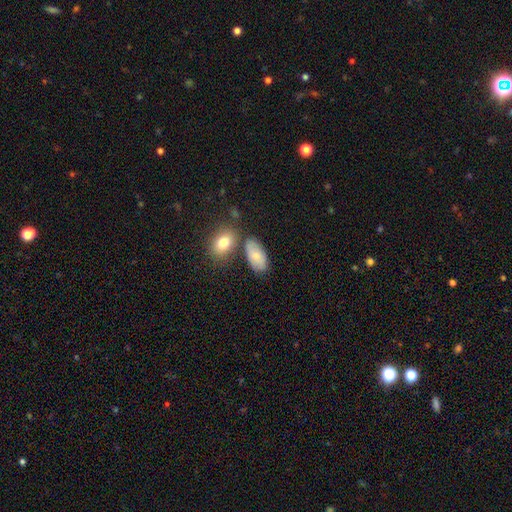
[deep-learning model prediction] Smooth or featured? smooth (77%)
How rounded? in between (92%)
Merging? none (63%)